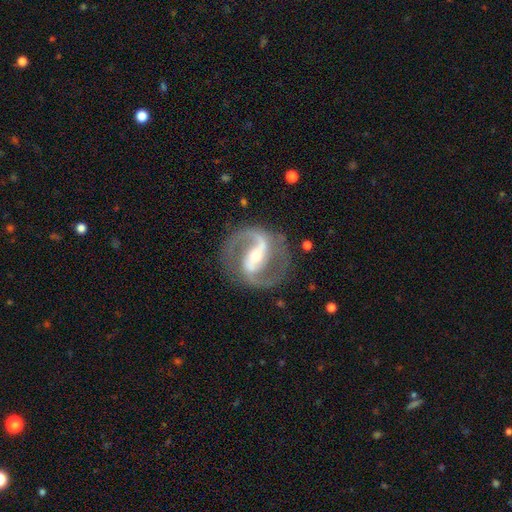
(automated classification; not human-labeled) A featured or disk galaxy (92%) with a strong bar (56%), 2 (93%) medium (62%) spiral arms (97%) and a small central bulge (49%). Merging: none (83%).